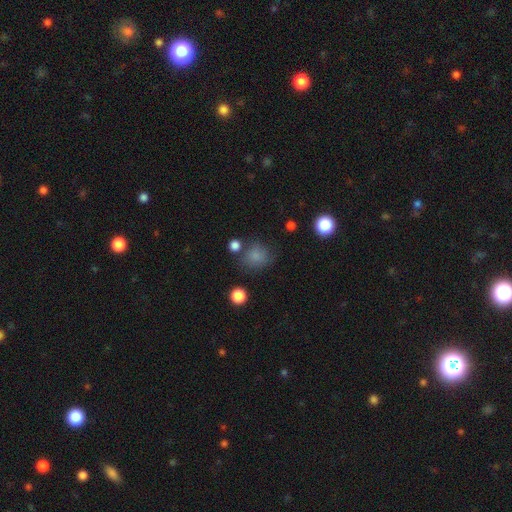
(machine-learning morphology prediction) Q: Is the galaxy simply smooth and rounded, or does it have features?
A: smooth — 80%.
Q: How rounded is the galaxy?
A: round — 77%.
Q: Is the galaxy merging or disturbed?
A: none — 66%.